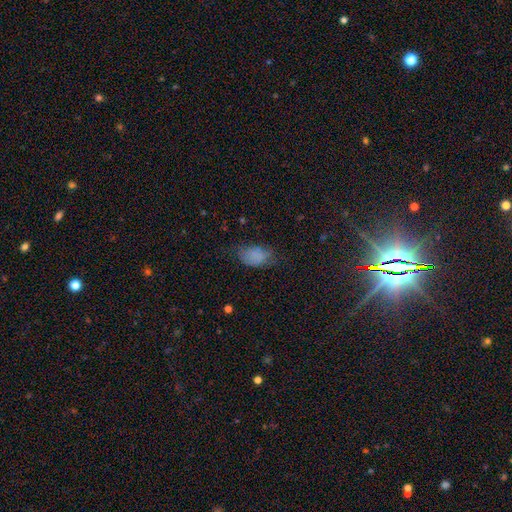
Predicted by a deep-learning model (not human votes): Q: Smooth or featured?
A: smooth (76%); runner-up: featured or disk (12%)
Q: How rounded?
A: in between (88%); runner-up: round (10%)
Q: Merging?
A: none (51%); runner-up: minor disturbance (32%)